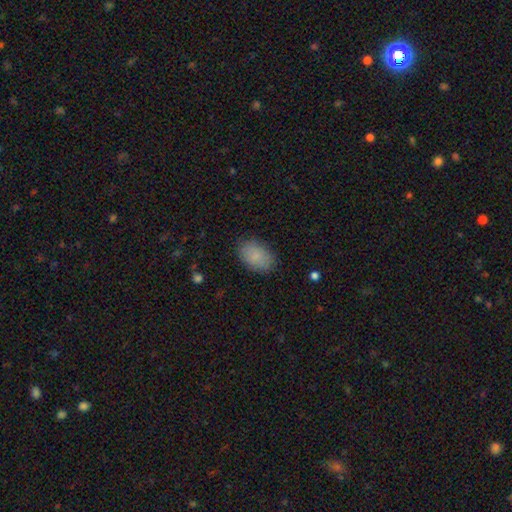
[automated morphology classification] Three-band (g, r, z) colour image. It shows a smooth galaxy with no disk features (88%) that is in between round and cigar-shaped (90%). Merging: none (85%).